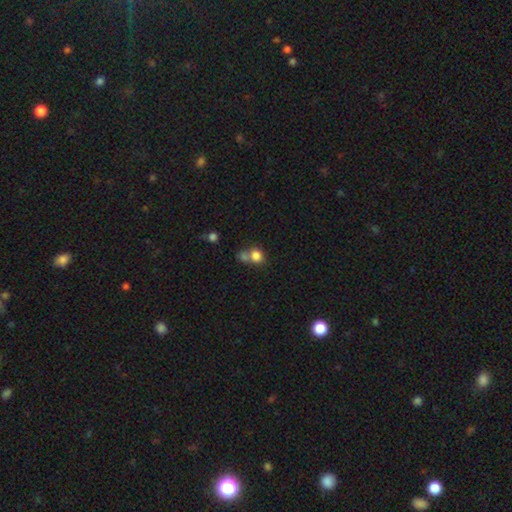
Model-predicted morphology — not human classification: A smooth galaxy with no disk features (81%) that is round (75%).

Vote fractions:
- Smooth or featured? smooth: 81% / star or artifact: 11% / featured or disk: 8%
- How rounded? round: 75% / in between: 24% / cigar-shaped: 1%
- Merging? none: 44% / merger: 41% / minor disturbance: 9% / major disturbance: 5%